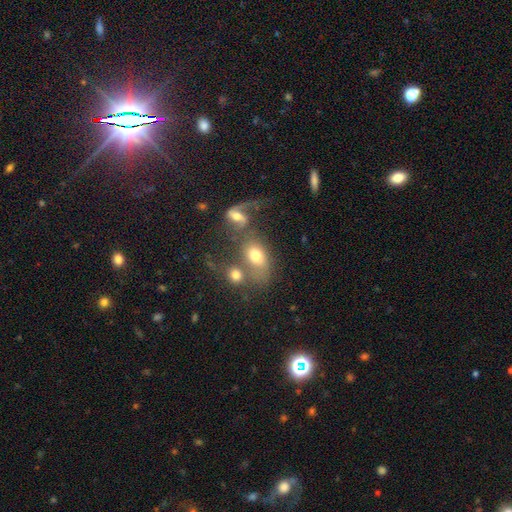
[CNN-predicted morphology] The model was most divided on "merging": merger: 48%, none: 26%, major disturbance: 14%, minor disturbance: 12%. More confident: how rounded — in between (76%); smooth or featured — smooth (61%).